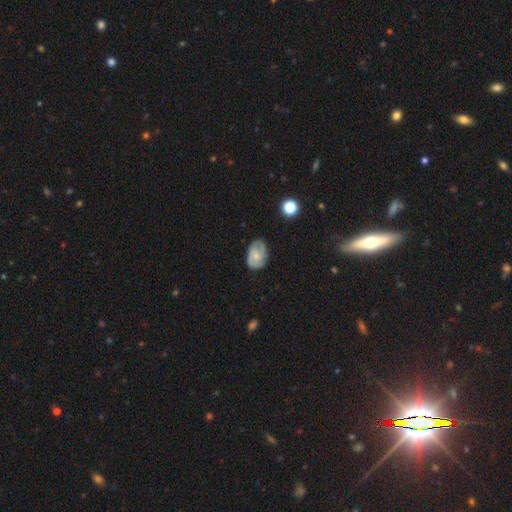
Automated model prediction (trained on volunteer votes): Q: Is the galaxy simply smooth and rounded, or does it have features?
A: featured or disk — 60%.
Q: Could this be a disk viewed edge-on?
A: no — 97%.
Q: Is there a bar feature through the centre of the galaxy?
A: no — 57%.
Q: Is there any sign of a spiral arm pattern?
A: yes — 87%.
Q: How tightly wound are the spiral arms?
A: tight — 46%.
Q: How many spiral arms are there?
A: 2 — 50%.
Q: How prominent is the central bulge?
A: small — 57%.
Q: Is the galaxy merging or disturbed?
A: none — 71%.